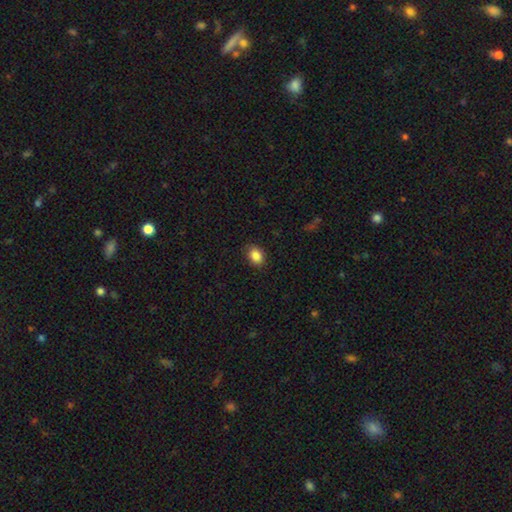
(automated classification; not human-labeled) This is clearly a smooth galaxy (87%). How rounded: likely in between (65%). Merging: clearly none (88%).